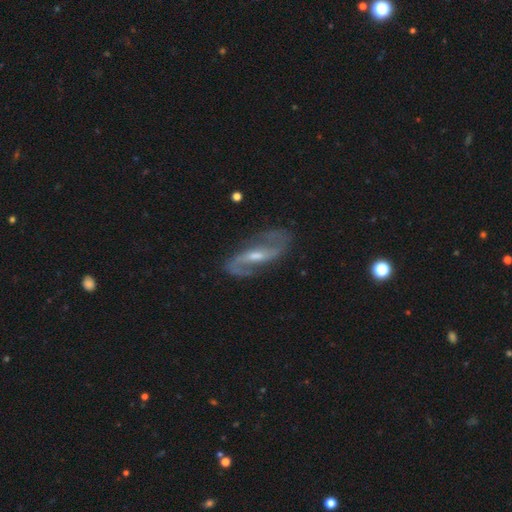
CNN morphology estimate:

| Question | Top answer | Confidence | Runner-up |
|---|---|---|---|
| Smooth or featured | featured or disk | 88% | smooth (7%) |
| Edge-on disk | no | 93% | yes (7%) |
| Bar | weak | 41% | tied: strong (41%) |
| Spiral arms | yes | 96% | no (4%) |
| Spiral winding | medium | 44% | loose (41%) |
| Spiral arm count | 2 | 91% | can't tell (3%) |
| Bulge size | small | 50% | moderate (43%) |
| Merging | none | 78% | minor disturbance (14%) |